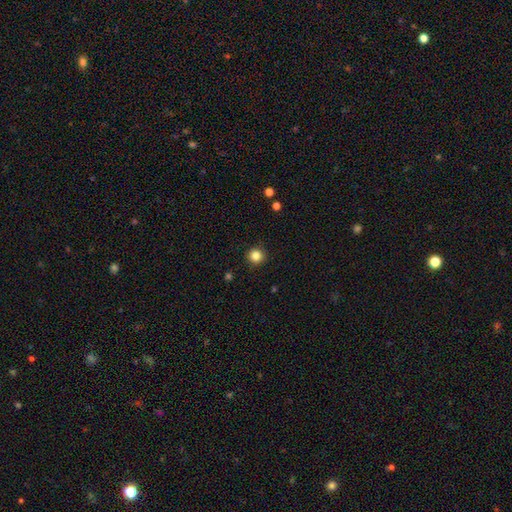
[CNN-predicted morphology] Overall: smooth (85%). How rounded: round (95%). Merging: none (92%).